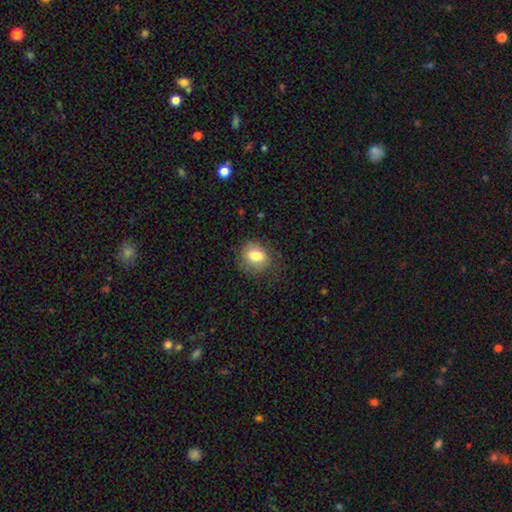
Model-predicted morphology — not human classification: Overall: smooth (77%). How rounded: round (58%; in between 41%). Merging: none (76%).